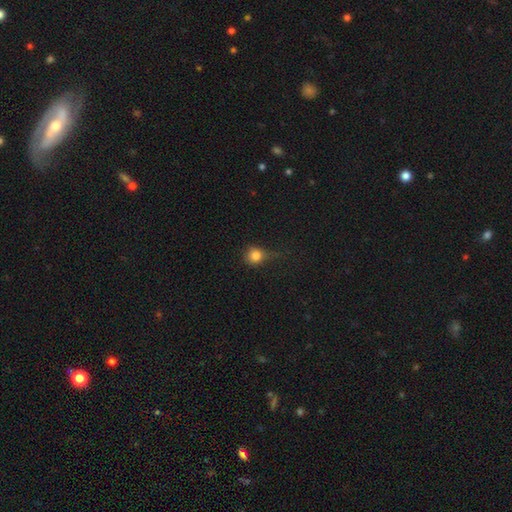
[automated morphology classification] smooth_or_featured: smooth (p=0.81) [alt: star or artifact p=0.12]
how_rounded: round (p=0.85) [alt: in between p=0.13]
merging: none (p=0.57) [alt: minor disturbance p=0.29]